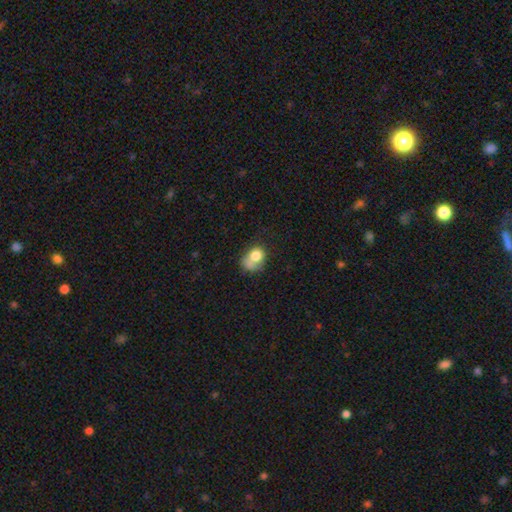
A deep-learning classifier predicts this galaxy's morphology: smooth 74%, featured or disk 16%, star or artifact 10%. Down the decision tree: how rounded — in between (50%); merging — merger (30%).